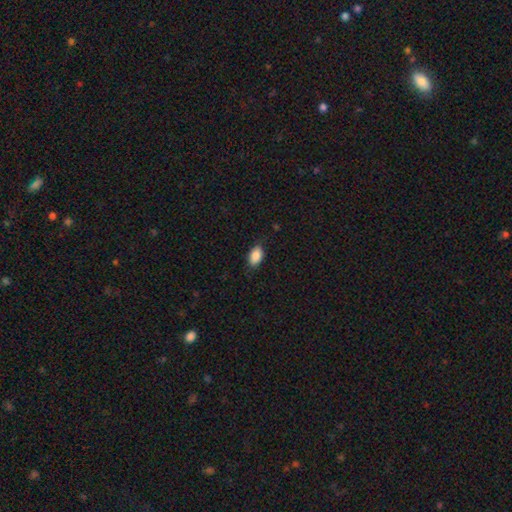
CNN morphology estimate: This is clearly a smooth galaxy (88%). How rounded: clearly in between (92%). Merging: clearly none (81%).